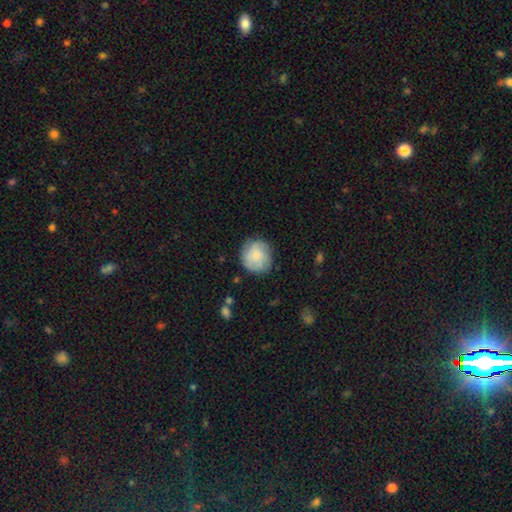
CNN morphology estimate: Overall: smooth (56%; featured or disk 37%). How rounded: round (84%). Merging: none (77%).